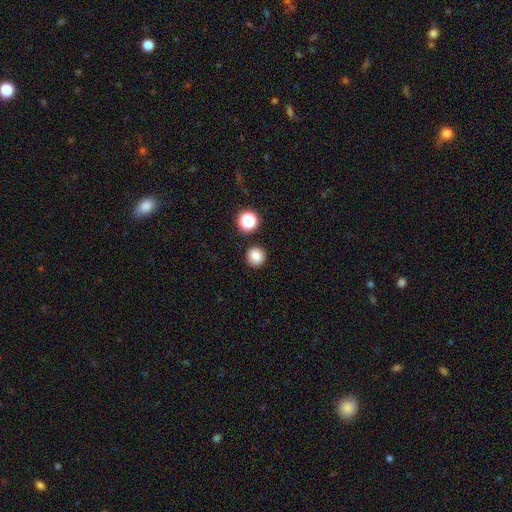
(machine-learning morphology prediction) This is clearly a smooth galaxy (82%). How rounded: clearly round (92%). Merging: clearly none (89%).